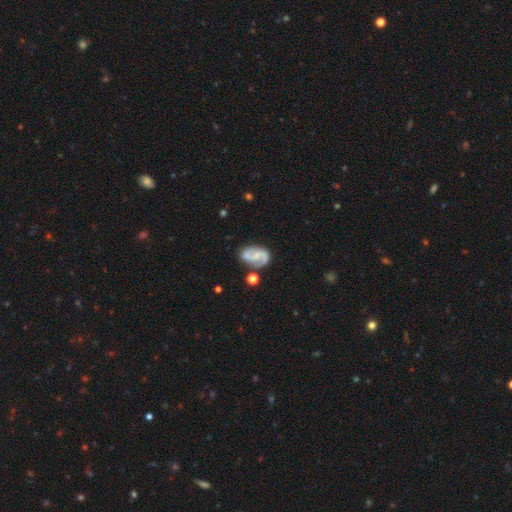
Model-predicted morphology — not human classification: This appears to be a featured or disk galaxy (83%) with no bar (46%), 2 (90%) medium (49%) spiral arms (96%) and a small central bulge (47%). Merging: none (67%).